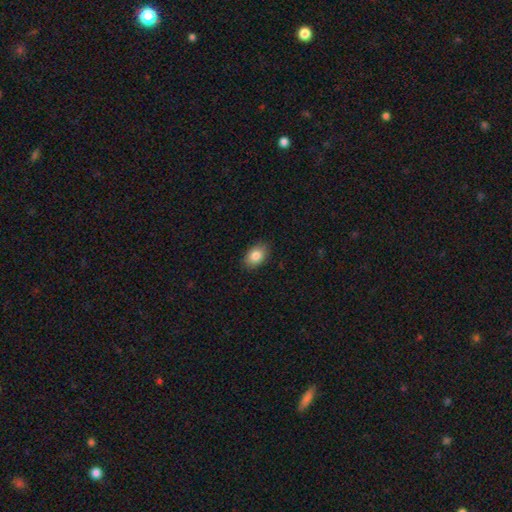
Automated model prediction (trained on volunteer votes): Smooth or featured? smooth (84%)
How rounded? in between (85%)
Merging? none (86%)